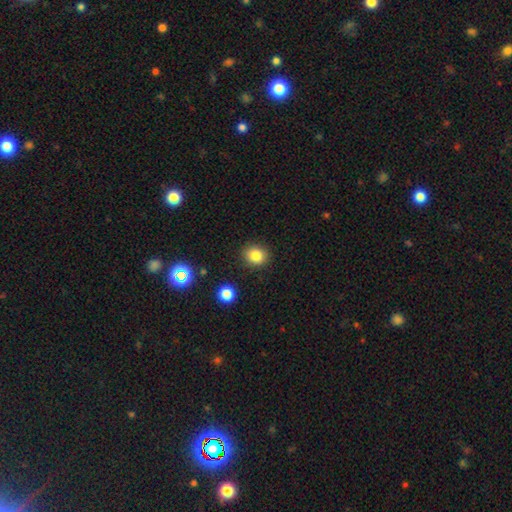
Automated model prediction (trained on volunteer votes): The model was most divided on "how rounded": round: 77%, in between: 22%, cigar-shaped: 1%. More confident: merging — none (88%); smooth or featured — smooth (83%).